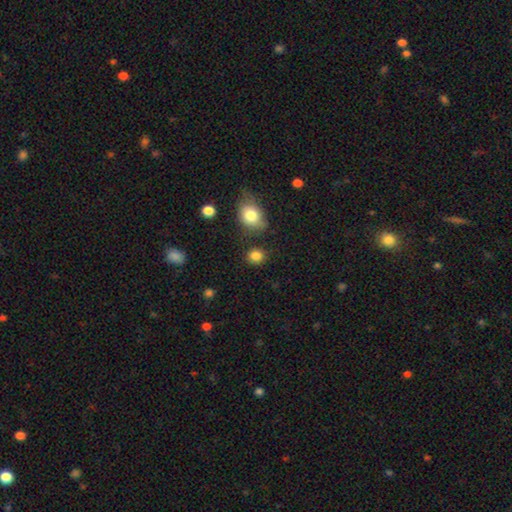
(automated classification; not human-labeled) smooth 85%, star or artifact 11%, featured or disk 4%. Down the decision tree: how rounded — round (75%); merging — none (82%).